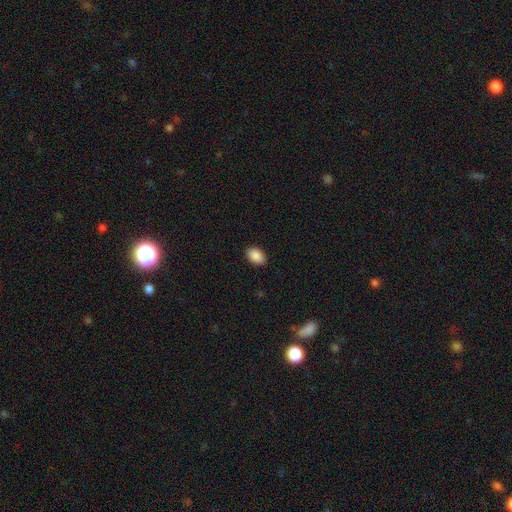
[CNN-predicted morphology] smooth 90%, star or artifact 7%, featured or disk 3%. Down the decision tree: how rounded — in between (88%); merging — none (89%).